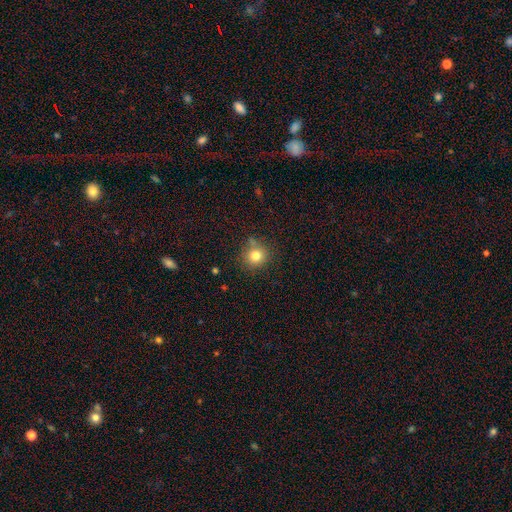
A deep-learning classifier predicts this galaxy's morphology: Q: Smooth or featured?
A: smooth (80%); runner-up: star or artifact (12%)
Q: How rounded?
A: round (88%); runner-up: in between (11%)
Q: Merging?
A: none (77%); runner-up: minor disturbance (13%)